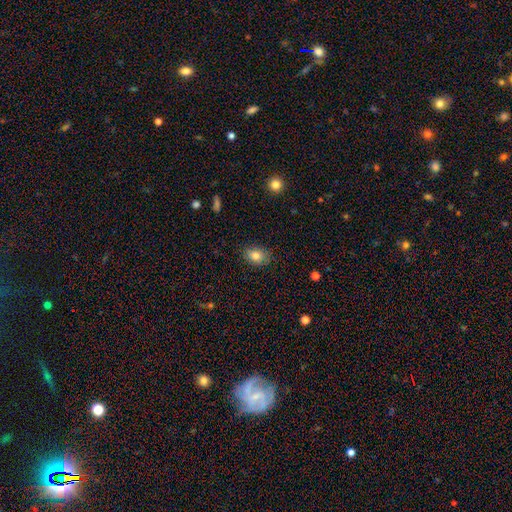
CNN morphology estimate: Smooth or featured? smooth (81%)
How rounded? in between (71%)
Merging? none (83%)